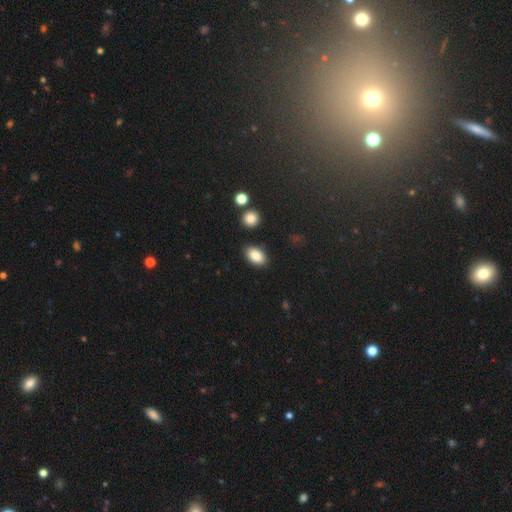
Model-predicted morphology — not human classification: A smooth galaxy with no disk features (86%) that is in between round and cigar-shaped (91%). Merging: none (85%).